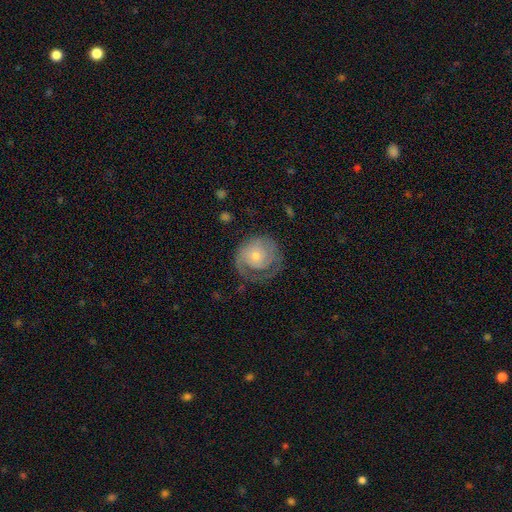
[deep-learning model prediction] Overall: featured or disk (72%). Edge-on disk: no (98%). Bar: no (79%). Spiral arms: yes (89%). Spiral arm count: 1 (38%; 2 30%). Spiral winding: tight (61%; medium 27%). Bulge size: small (56%; moderate 39%). Merging: none (58%; minor disturbance 21%).